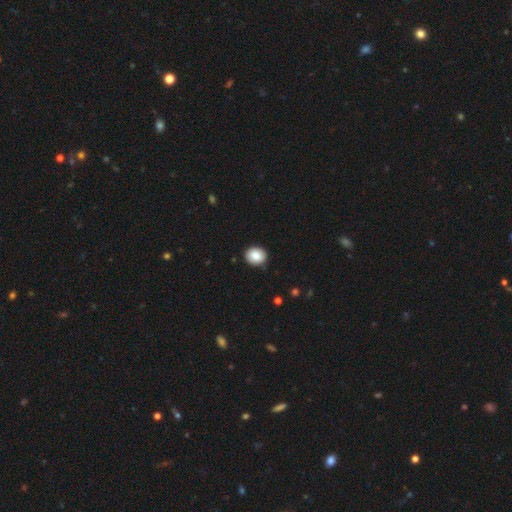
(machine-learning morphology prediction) smooth 87%, star or artifact 8%, featured or disk 5%. Down the decision tree: how rounded — round (67%); merging — none (89%).